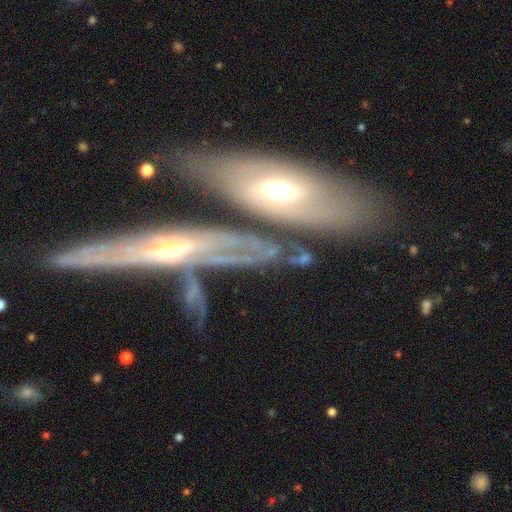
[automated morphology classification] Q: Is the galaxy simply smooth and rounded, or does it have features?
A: featured or disk — 68%.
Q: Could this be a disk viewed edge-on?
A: yes — 51%.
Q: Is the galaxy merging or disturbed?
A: none — 59%.